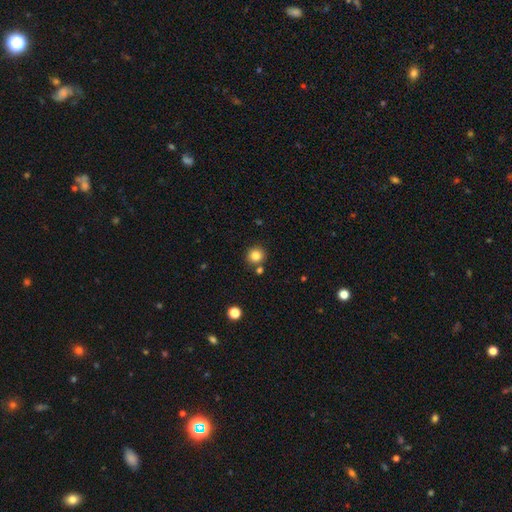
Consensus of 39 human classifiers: Smooth or featured? smooth (87%)
How rounded? round (94%)
Merging? none (83%)